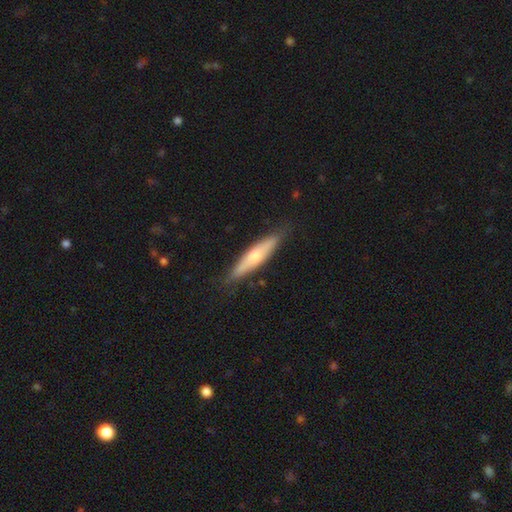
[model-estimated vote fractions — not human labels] Smooth or featured: featured or disk — 49% (smooth — 45%)
Merging: none — 86% (minor disturbance — 11%)